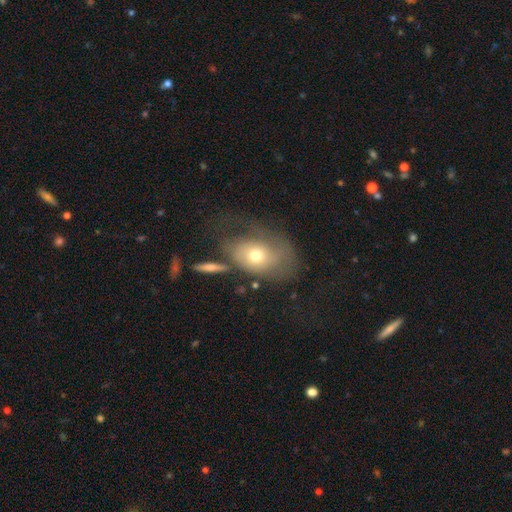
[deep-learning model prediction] smooth_or_featured: smooth (p=0.52) [alt: featured or disk p=0.39]
how_rounded: in between (p=0.73) [alt: round p=0.25]
merging: major disturbance (p=0.39) [alt: none p=0.30]